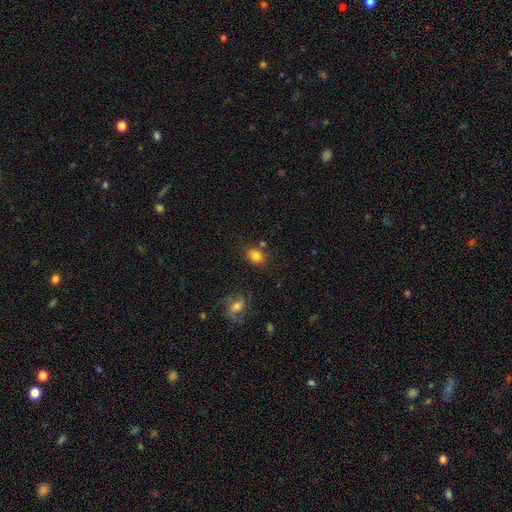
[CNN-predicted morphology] A smooth galaxy with no disk features (82%) that is in between round and cigar-shaped (66%).

Vote fractions:
- Smooth or featured? smooth: 82% / star or artifact: 10% / featured or disk: 8%
- How rounded? in between: 66% / round: 33% / cigar-shaped: 1%
- Merging? none: 73% / minor disturbance: 15% / merger: 8% / major disturbance: 4%